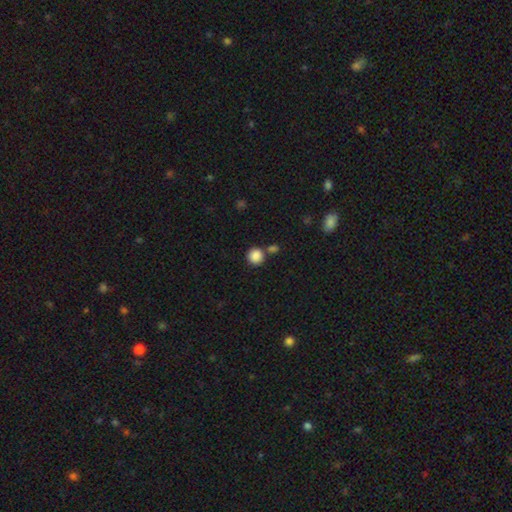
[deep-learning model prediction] This is clearly a smooth galaxy (87%). How rounded: clearly round (92%). Merging: likely none (72%).